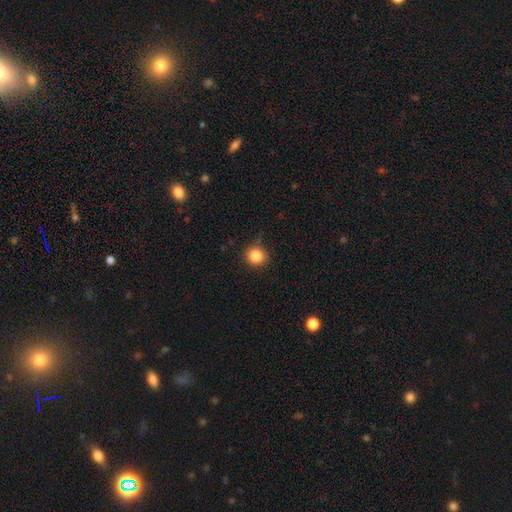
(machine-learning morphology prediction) smooth-or-featured: smooth: 85% | star or artifact: 11% | featured or disk: 4%
  how-rounded: round: 89% | in between: 10% | cigar-shaped: 1%
  merging: none: 83% | minor disturbance: 13% | major disturbance: 3% | merger: 1%